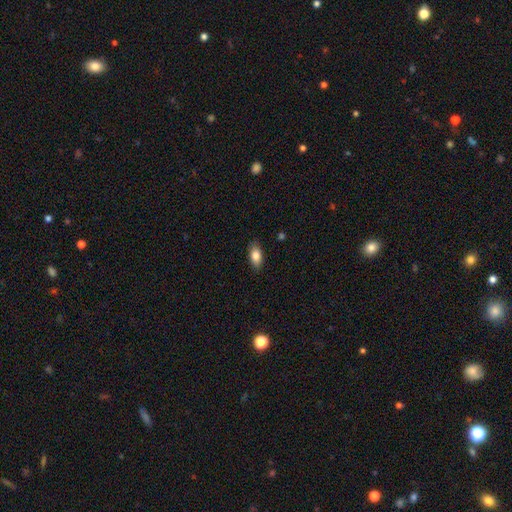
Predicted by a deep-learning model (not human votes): smooth-or-featured: smooth: 81% | featured or disk: 12% | star or artifact: 7%
  how-rounded: in between: 88% | cigar-shaped: 8% | round: 4%
  merging: none: 87% | minor disturbance: 10% | major disturbance: 2% | merger: 1%